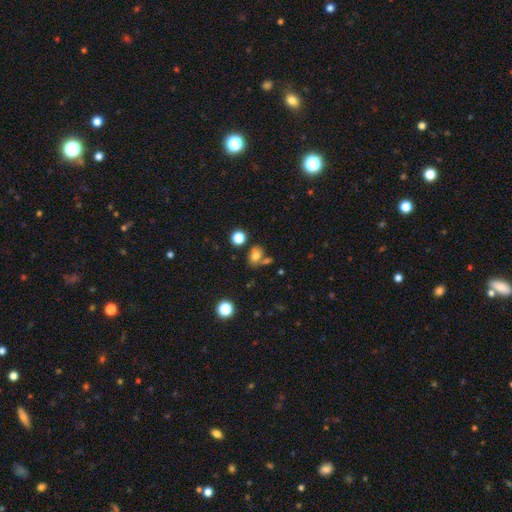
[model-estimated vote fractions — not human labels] smooth-or-featured: smooth: 73% | star or artifact: 15% | featured or disk: 12%
  how-rounded: in between: 61% | round: 38% | cigar-shaped: 2%
  merging: none: 56% | merger: 23% | minor disturbance: 15% | major disturbance: 6%